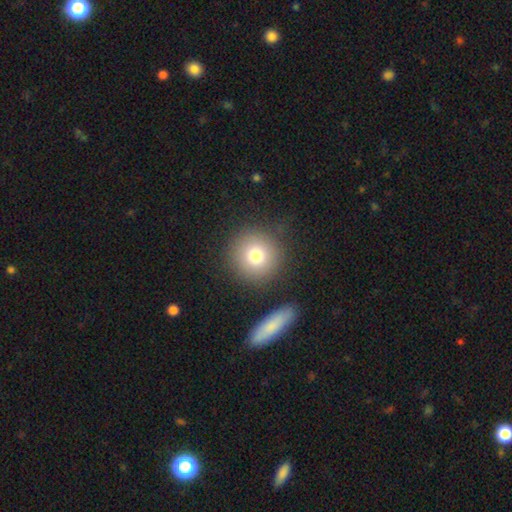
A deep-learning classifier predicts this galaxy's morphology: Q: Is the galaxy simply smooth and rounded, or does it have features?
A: smooth — 78%.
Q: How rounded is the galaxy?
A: round — 94%.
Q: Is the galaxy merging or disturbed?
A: none — 84%.